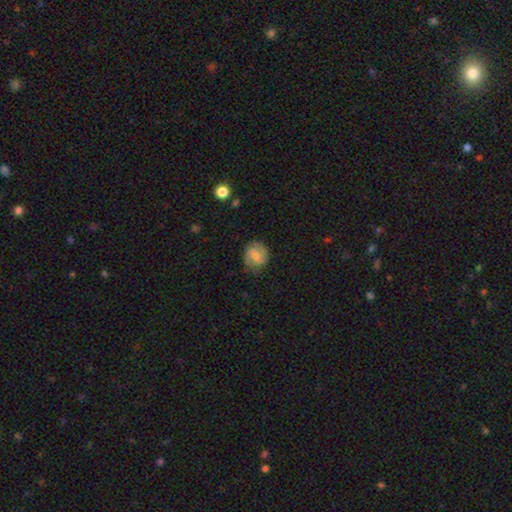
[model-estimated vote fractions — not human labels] Overall: featured or disk (64%; smooth 28%). Edge-on disk: no (97%). Bar: weak (53%; no 27%). Spiral arms: yes (91%). Spiral arm count: 2 (82%). Spiral winding: medium (45%; tight 40%). Bulge size: moderate (39%; small 38%). Merging: none (75%).